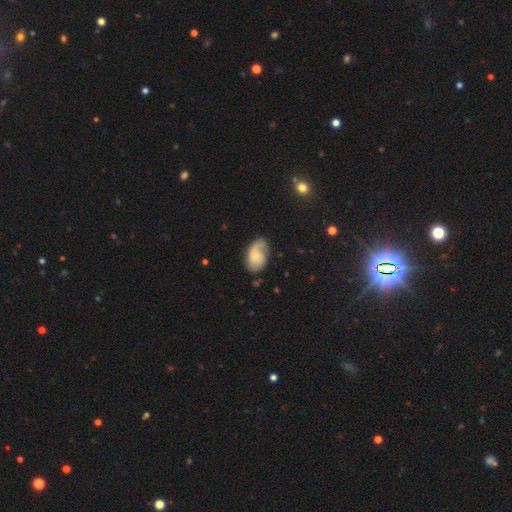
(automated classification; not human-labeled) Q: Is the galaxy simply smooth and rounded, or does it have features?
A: smooth — 50%.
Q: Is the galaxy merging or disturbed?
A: none — 54%.